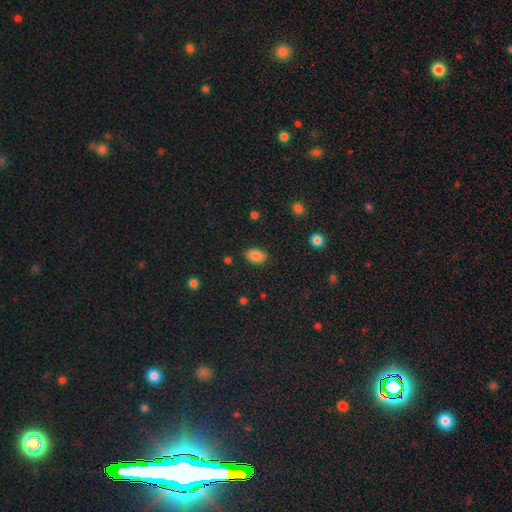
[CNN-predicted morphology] Smooth or featured? Predicted: smooth (p=0.85). How rounded? Predicted: in between (p=0.85). Merging? Predicted: none (p=0.85).